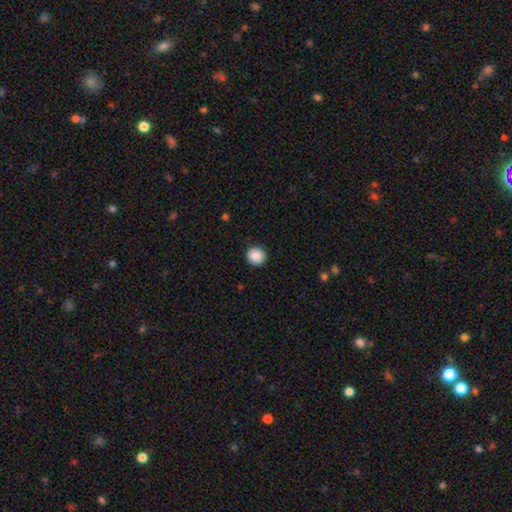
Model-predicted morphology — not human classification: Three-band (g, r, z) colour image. It shows a smooth galaxy with no disk features (89%) that is round (90%). Merging: none (91%).